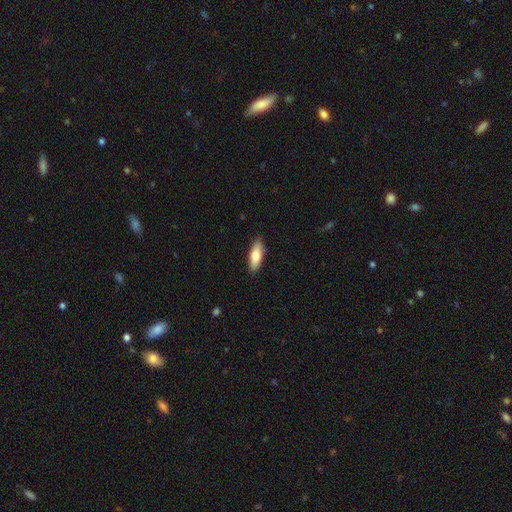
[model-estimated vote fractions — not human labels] A smooth galaxy with no disk features (71%) that is in between round and cigar-shaped (62%).

Vote fractions:
- Smooth or featured? smooth: 71% / featured or disk: 23% / star or artifact: 6%
- How rounded? in between: 62% / cigar-shaped: 36% / round: 2%
- Merging? none: 88% / minor disturbance: 9% / major disturbance: 2% / merger: 1%